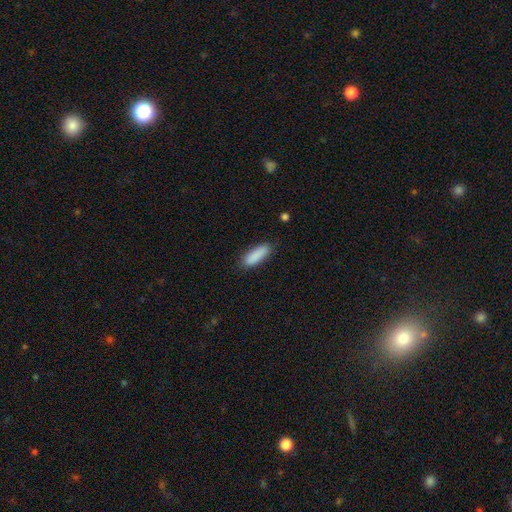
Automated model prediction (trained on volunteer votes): A smooth galaxy with no disk features (89%) that is in between round and cigar-shaped (55%). Merging: none (85%).